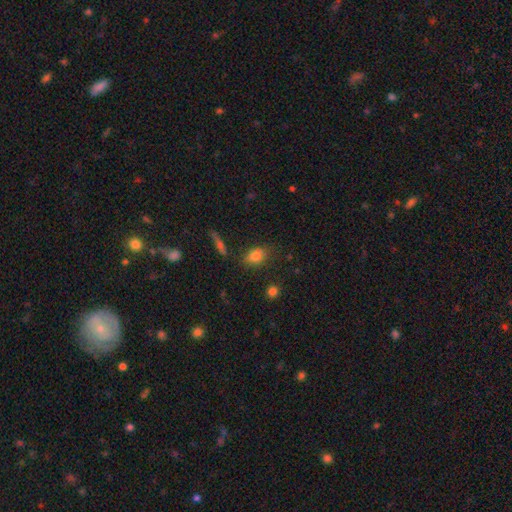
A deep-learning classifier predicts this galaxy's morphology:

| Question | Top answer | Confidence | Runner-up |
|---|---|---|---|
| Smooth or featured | smooth | 77% | star or artifact (12%) |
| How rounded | in between | 72% | round (24%) |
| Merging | none | 70% | minor disturbance (17%) |